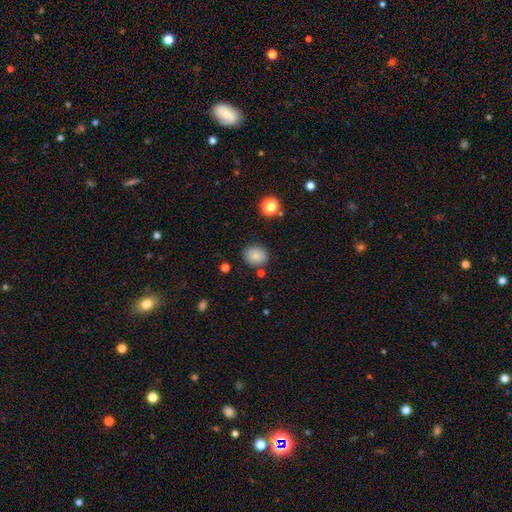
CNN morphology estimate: A smooth galaxy with no disk features (84%) that is round (64%).

Vote fractions:
- Smooth or featured? smooth: 84% / star or artifact: 10% / featured or disk: 7%
- How rounded? round: 64% / in between: 35% / cigar-shaped: 1%
- Merging? none: 82% / minor disturbance: 11% / merger: 4% / major disturbance: 3%